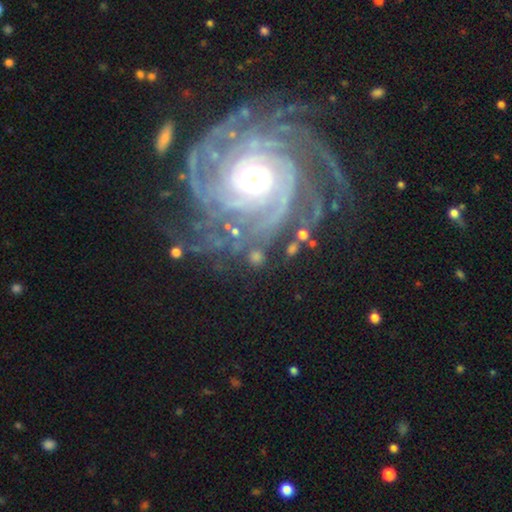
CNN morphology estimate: A featured or disk galaxy (77%) with no bar (68%), tight (64%) spiral arms (92%) and a moderate central bulge (58%). Merging: none (68%).